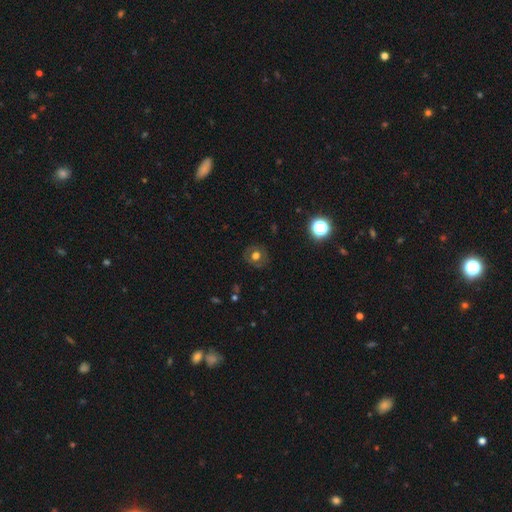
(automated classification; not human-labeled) Overall: smooth (57%; featured or disk 29%). How rounded: round (83%). Merging: none (83%).